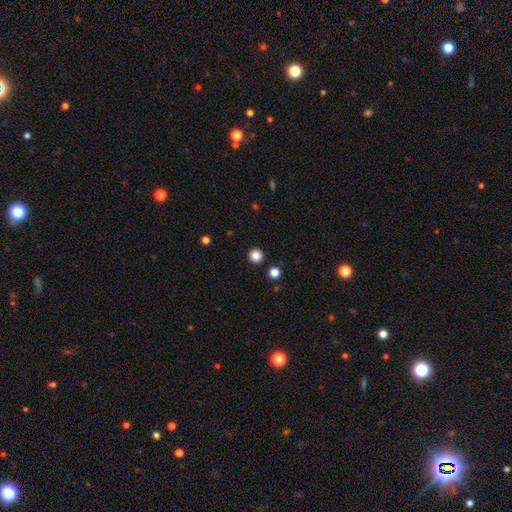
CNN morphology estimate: Smooth or featured? smooth (85%)
How rounded? round (96%)
Merging? none (93%)